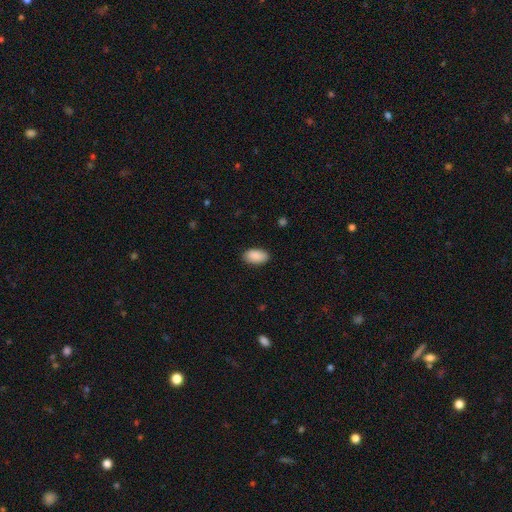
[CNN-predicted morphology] The model was most divided on "merging": none: 87%, minor disturbance: 10%, major disturbance: 2%, merger: 1%. More confident: how rounded — in between (95%); smooth or featured — smooth (90%).